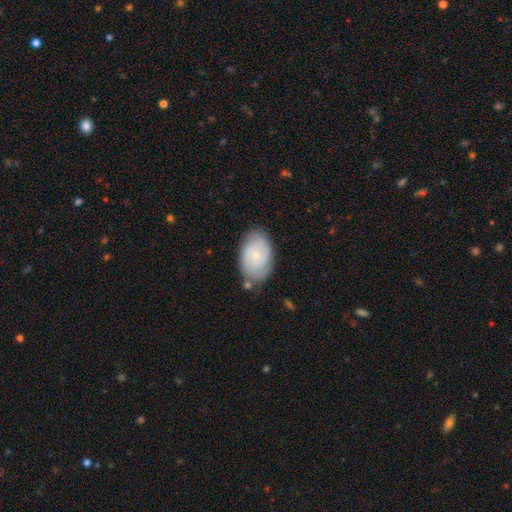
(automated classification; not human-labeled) smooth-or-featured: featured or disk: 50% | smooth: 43% | star or artifact: 7%
  disk-edge-on: no: 95% | yes: 5%
  merging: none: 74% | minor disturbance: 18% | major disturbance: 4% | merger: 3%